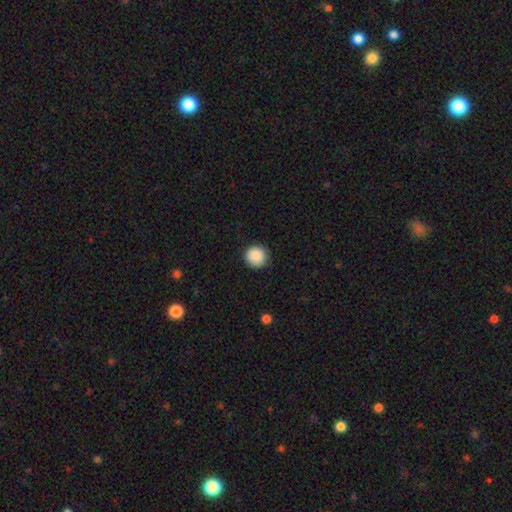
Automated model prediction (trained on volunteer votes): This appears to be a smooth galaxy with no disk features (89%) that is round (95%). Merging: none (91%).